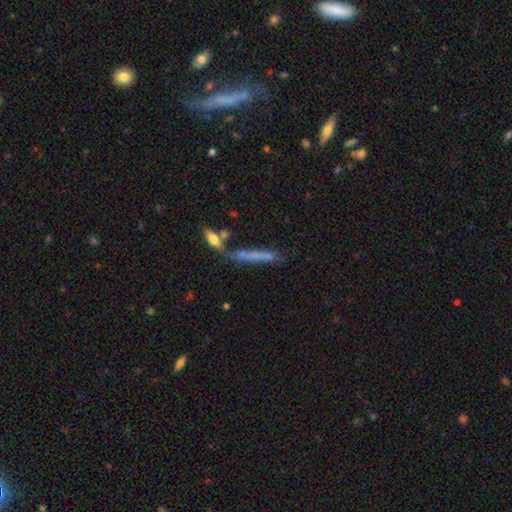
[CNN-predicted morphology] This is possibly a smooth galaxy (51%). How rounded: clearly cigar-shaped (89%). Merging: possibly none (52%).